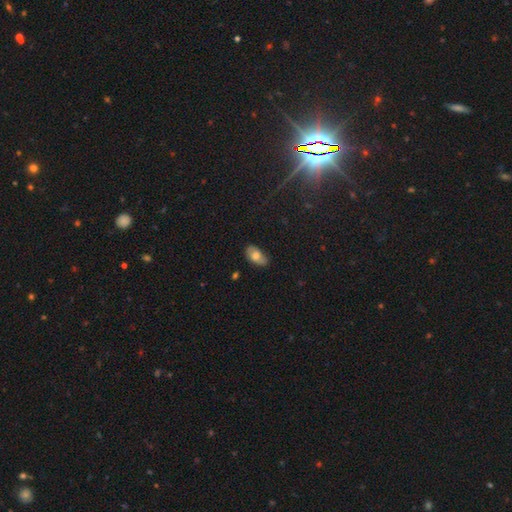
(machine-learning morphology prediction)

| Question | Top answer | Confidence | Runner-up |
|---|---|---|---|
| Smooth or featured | smooth | 68% | featured or disk (24%) |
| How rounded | in between | 93% | round (4%) |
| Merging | none | 72% | minor disturbance (23%) |